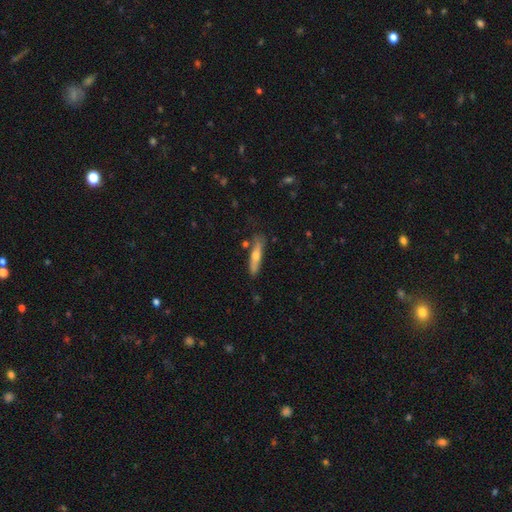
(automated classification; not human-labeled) Smooth or featured?
  - smooth: 51% *
  - featured or disk: 43%
  - star or artifact: 6%
How rounded?
  - cigar-shaped: 84% *
  - in between: 14%
  - round: 2%
Merging?
  - none: 78% *
  - minor disturbance: 15%
  - merger: 4%
  - major disturbance: 3%